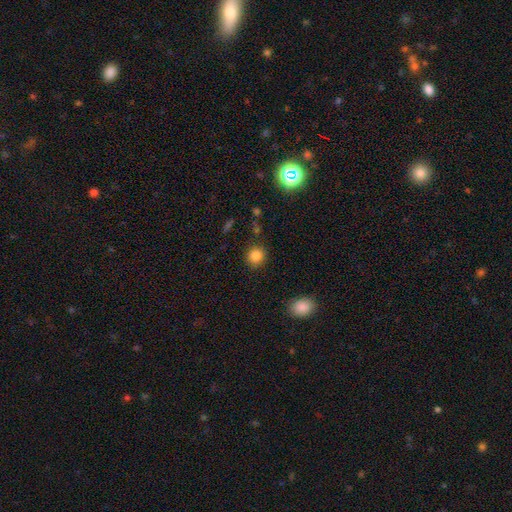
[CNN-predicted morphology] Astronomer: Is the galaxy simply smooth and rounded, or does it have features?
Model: smooth — 84%.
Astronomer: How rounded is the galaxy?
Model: round — 86%.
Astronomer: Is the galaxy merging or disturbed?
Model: none — 87%.